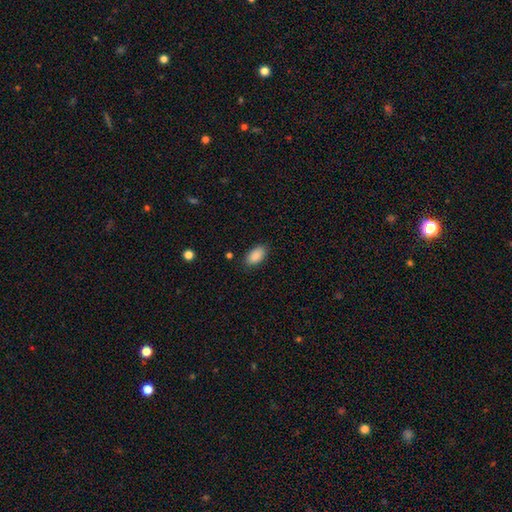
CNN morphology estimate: smooth-or-featured: smooth: 90% | star or artifact: 7% | featured or disk: 3%
  how-rounded: in between: 93% | round: 4% | cigar-shaped: 2%
  merging: none: 84% | minor disturbance: 12% | major disturbance: 3% | merger: 1%